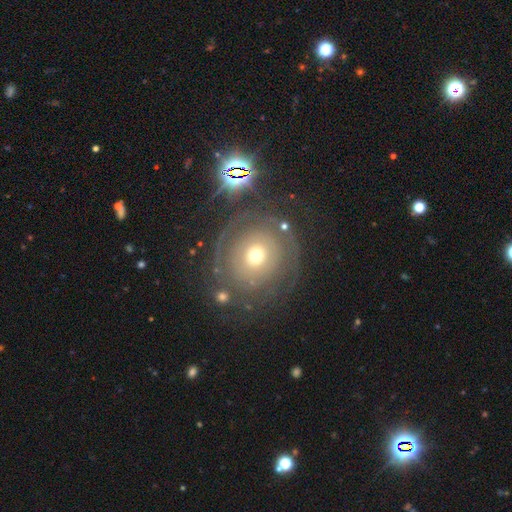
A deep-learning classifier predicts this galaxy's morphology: smooth-or-featured: featured or disk: 61% | smooth: 28% | star or artifact: 11%
  disk-edge-on: no: 96% | yes: 4%
    bar: no: 86% | weak: 10% | strong: 4%
    has-spiral-arms: yes: 66% | no: 34%
    bulge-size: moderate: 53% | small: 37% | large: 7% | dominant: 2% | none: 1%
  merging: none: 72% | minor disturbance: 13% | major disturbance: 11% | merger: 4%